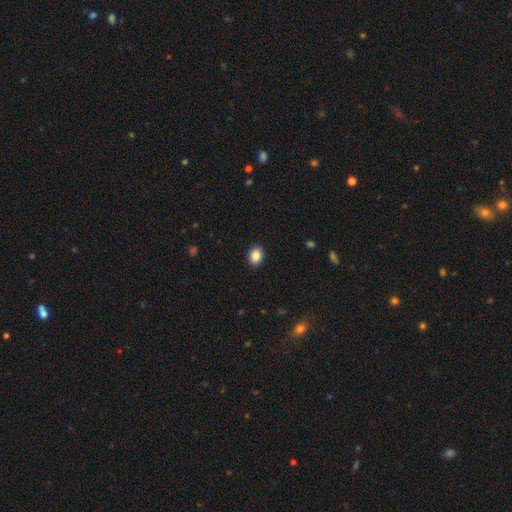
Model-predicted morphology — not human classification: Smooth or featured: smooth — 87% (star or artifact — 9%)
How rounded: in between — 57% (round — 42%)
Merging: none — 90% (minor disturbance — 7%)